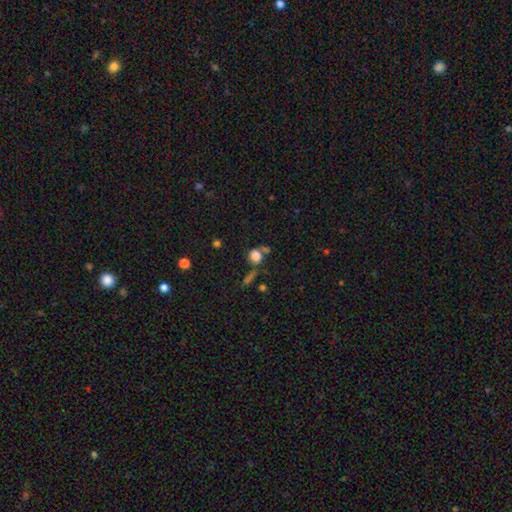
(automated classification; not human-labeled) Smooth or featured? Predicted: smooth (p=0.78). How rounded? Predicted: round (p=0.84). Merging? Predicted: none (p=0.54).